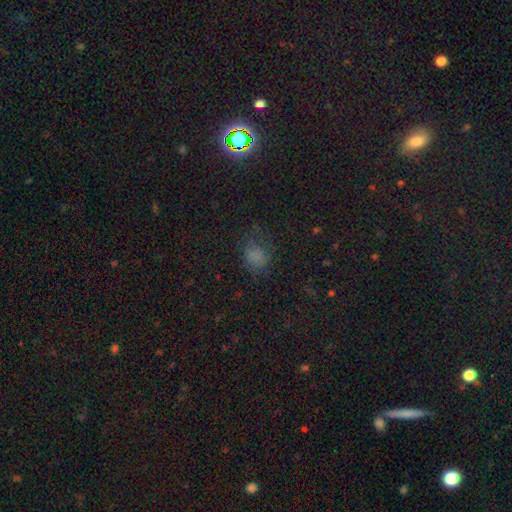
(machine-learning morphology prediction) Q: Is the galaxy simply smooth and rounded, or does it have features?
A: smooth — 69%.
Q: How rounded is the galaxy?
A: round — 54%.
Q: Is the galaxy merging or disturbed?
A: none — 57%.